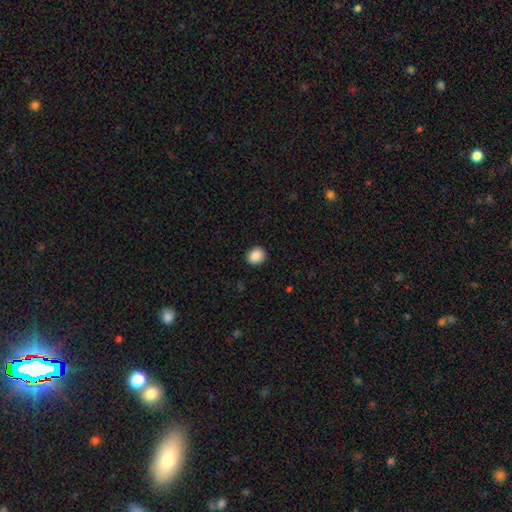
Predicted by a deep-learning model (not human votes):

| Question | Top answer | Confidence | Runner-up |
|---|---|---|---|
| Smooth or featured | smooth | 89% | star or artifact (8%) |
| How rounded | round | 74% | in between (25%) |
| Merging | none | 91% | minor disturbance (6%) |